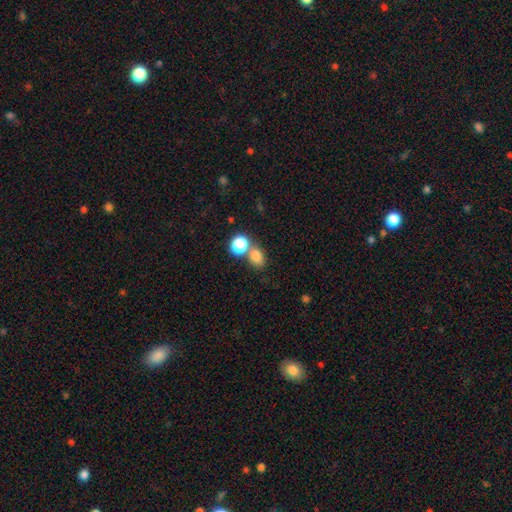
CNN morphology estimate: Smooth or featured: smooth — 77% (star or artifact — 15%)
How rounded: in between — 57% (round — 42%)
Merging: none — 55% (merger — 31%)